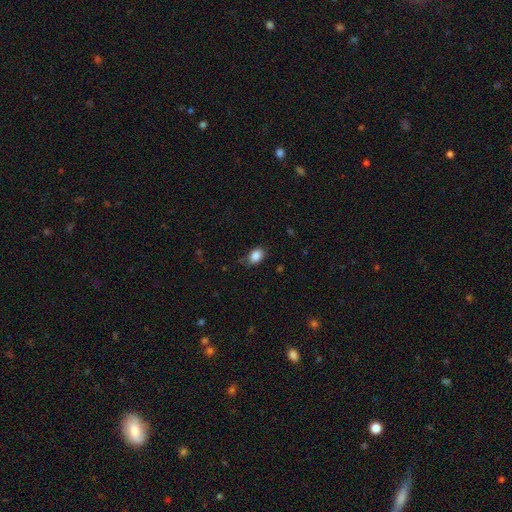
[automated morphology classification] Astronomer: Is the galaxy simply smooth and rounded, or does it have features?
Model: smooth — 87%.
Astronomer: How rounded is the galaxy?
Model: in between — 77%.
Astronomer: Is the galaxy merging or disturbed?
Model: none — 76%.